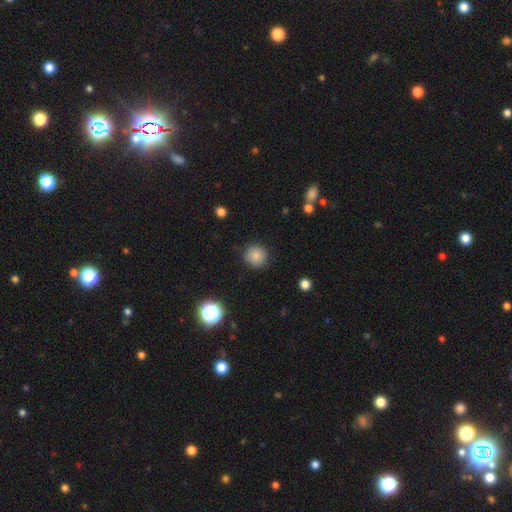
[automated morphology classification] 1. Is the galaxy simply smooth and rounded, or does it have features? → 82% smooth, 11% star or artifact, 7% featured or disk.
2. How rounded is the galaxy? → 92% round, 7% in between, 1% cigar-shaped.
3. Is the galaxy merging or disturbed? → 88% none, 8% minor disturbance, 3% major disturbance, 1% merger.